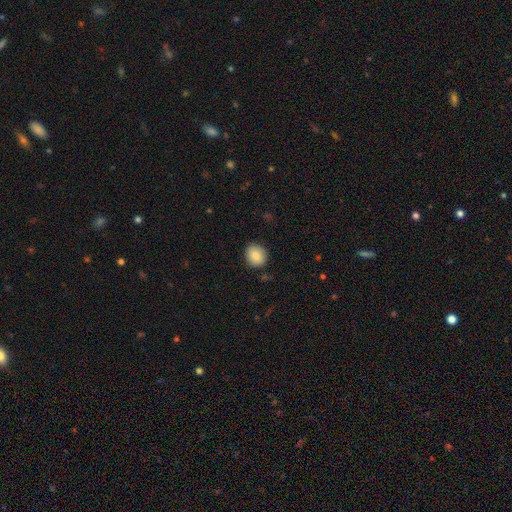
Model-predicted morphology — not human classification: A smooth galaxy with no disk features (84%) that is round (73%). Merging: none (87%).